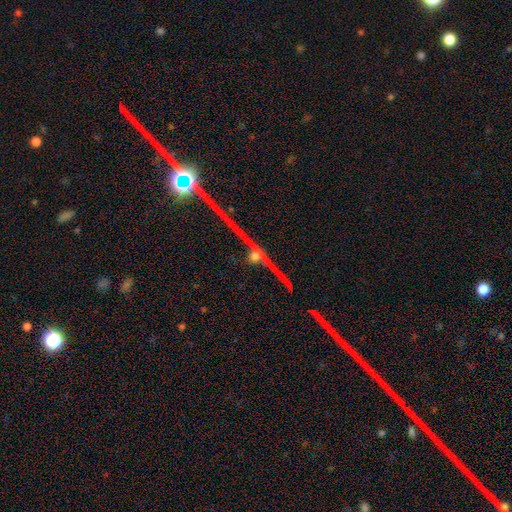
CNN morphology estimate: smooth-or-featured: featured or disk: 62% | star or artifact: 28% | smooth: 10%
  disk-edge-on: yes: 86% | no: 14%
    edge-on-bulge: rounded: 91% | boxy: 5% | none: 4%
  merging: none: 77% | minor disturbance: 11% | major disturbance: 6% | merger: 6%